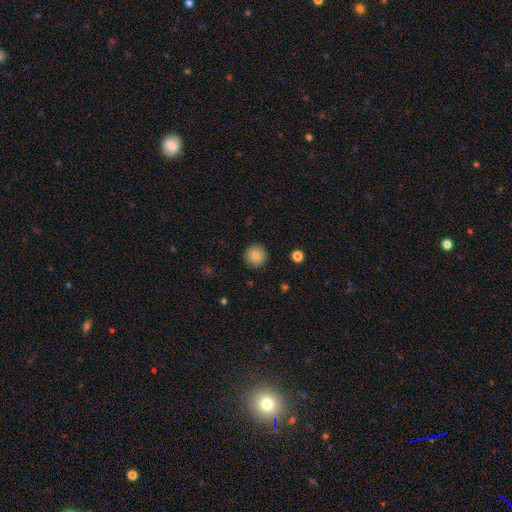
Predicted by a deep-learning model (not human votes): Smooth or featured? Predicted: smooth (p=0.85). How rounded? Predicted: round (p=0.94). Merging? Predicted: none (p=0.91).